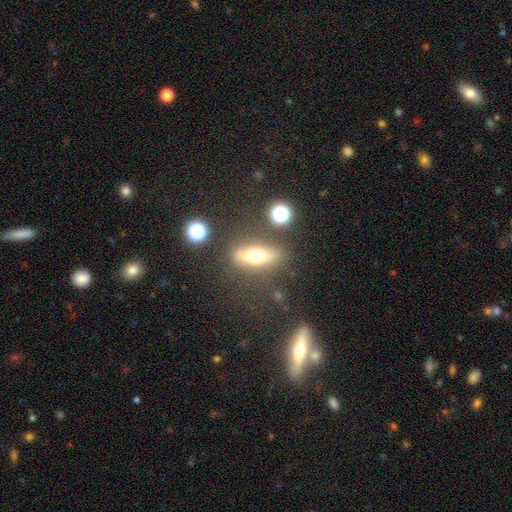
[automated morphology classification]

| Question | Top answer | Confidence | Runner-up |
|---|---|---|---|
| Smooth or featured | smooth | 51% | featured or disk (37%) |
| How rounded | cigar-shaped | 50% | in between (43%) |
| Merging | none | 78% | minor disturbance (12%) |